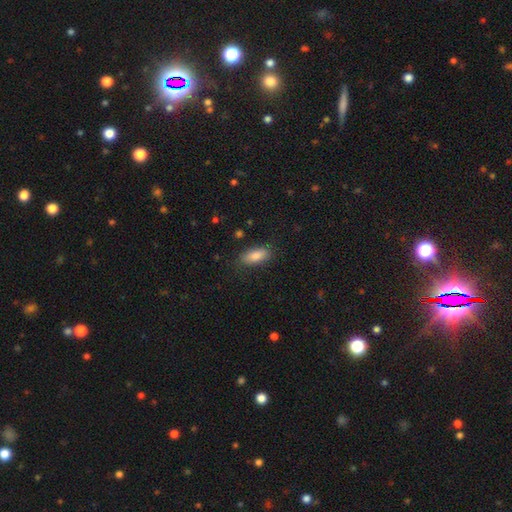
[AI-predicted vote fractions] Smooth or featured: smooth — 84% (featured or disk — 9%)
How rounded: in between — 78% (cigar-shaped — 20%)
Merging: none — 84% (minor disturbance — 12%)